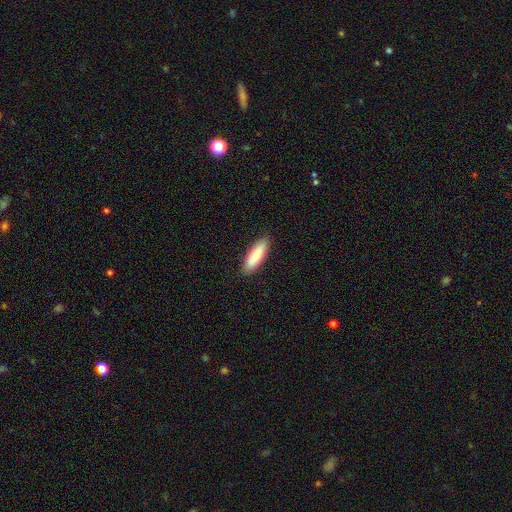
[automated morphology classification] smooth_or_featured: smooth (p=0.83) [alt: featured or disk p=0.12]
how_rounded: cigar-shaped (p=0.51) [alt: in between p=0.48]
merging: none (p=0.89) [alt: minor disturbance p=0.09]